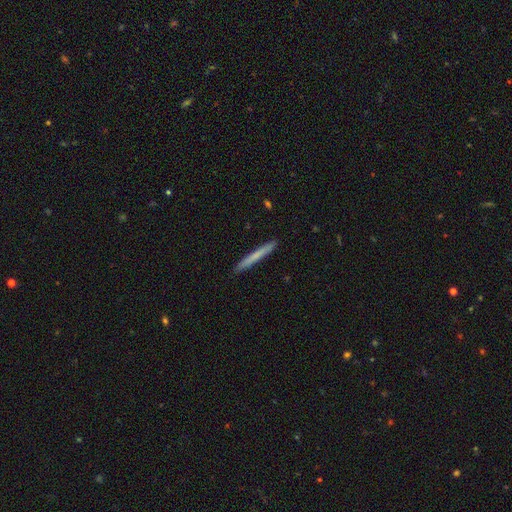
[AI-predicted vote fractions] smooth-or-featured: smooth: 65% | featured or disk: 29% | star or artifact: 6%
  how-rounded: cigar-shaped: 97% | in between: 2% | round: 1%
  merging: none: 92% | minor disturbance: 6% | major disturbance: 1% | merger: 1%